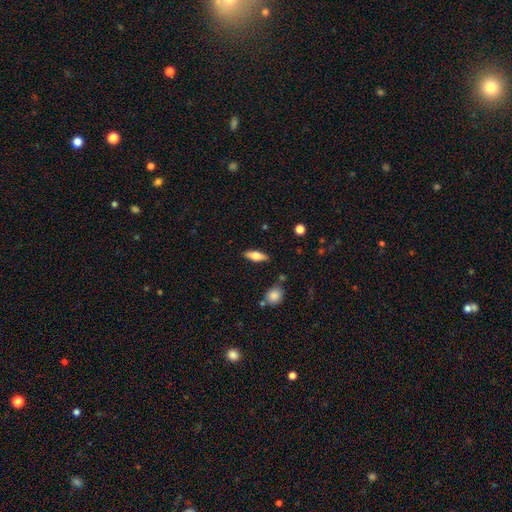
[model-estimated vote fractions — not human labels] Smooth or featured? smooth (65%)
How rounded? in between (66%)
Merging? none (84%)